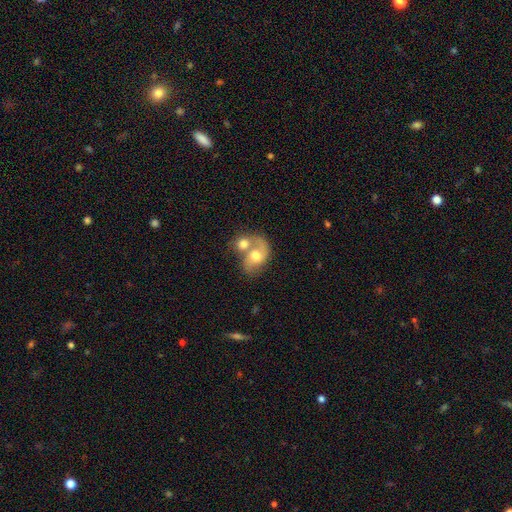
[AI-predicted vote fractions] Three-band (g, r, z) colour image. It shows a featured or disk galaxy (56%) with no bar (67%), spiral arms (73%) and a moderate central bulge (68%). Merging: merger (65%).